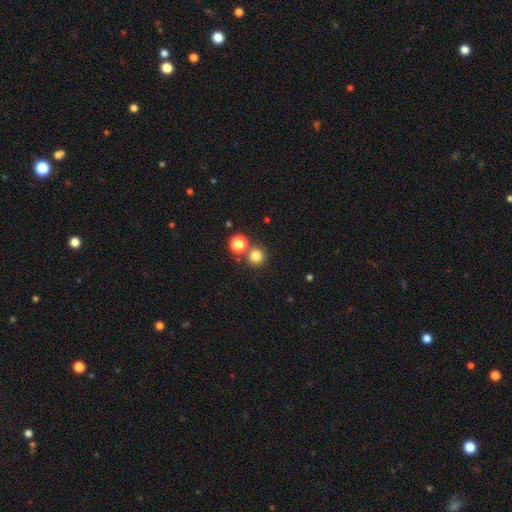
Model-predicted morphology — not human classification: Smooth or featured? Predicted: smooth (p=0.80). How rounded? Predicted: round (p=0.94). Merging? Predicted: none (p=0.74).